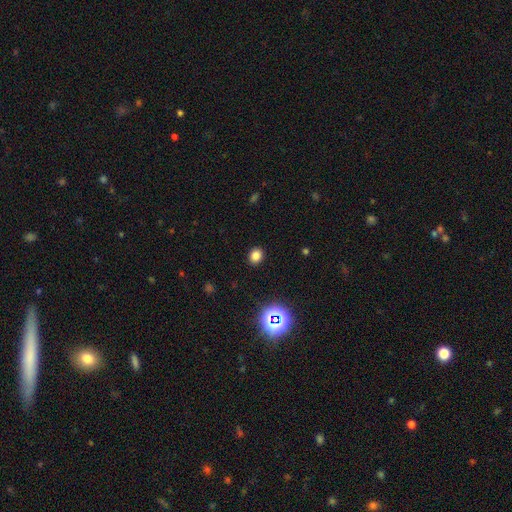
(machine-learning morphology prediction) type=smooth (78%); roundness=round (64%); merging=none (90%).